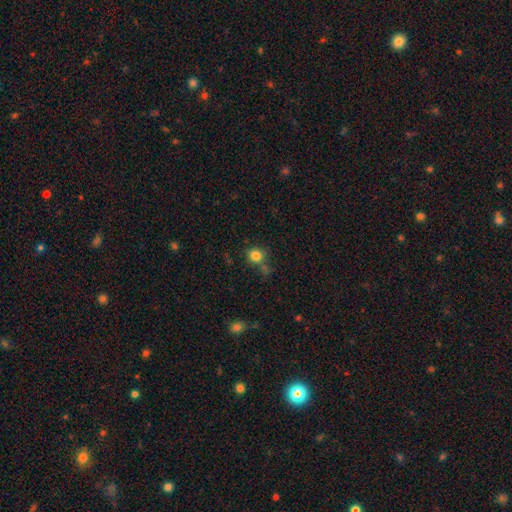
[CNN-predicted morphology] Smooth or featured: smooth — 82% (star or artifact — 12%)
How rounded: round — 86% (in between — 13%)
Merging: none — 69% (minor disturbance — 13%)